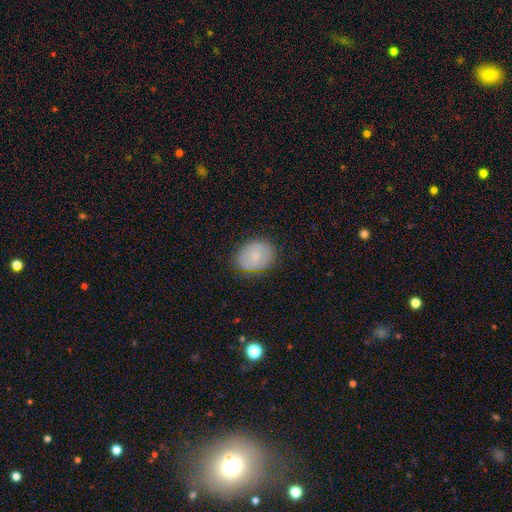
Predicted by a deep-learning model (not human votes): Q: Smooth or featured?
A: smooth (76%); runner-up: featured or disk (16%)
Q: How rounded?
A: in between (51%); runner-up: round (48%)
Q: Merging?
A: none (79%); runner-up: minor disturbance (16%)